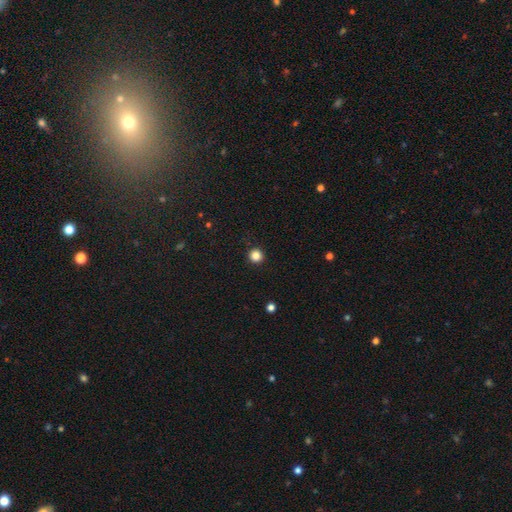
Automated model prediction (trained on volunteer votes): The model was most divided on "smooth or featured": smooth: 85%, star or artifact: 12%, featured or disk: 3%. More confident: how rounded — round (96%); merging — none (93%).